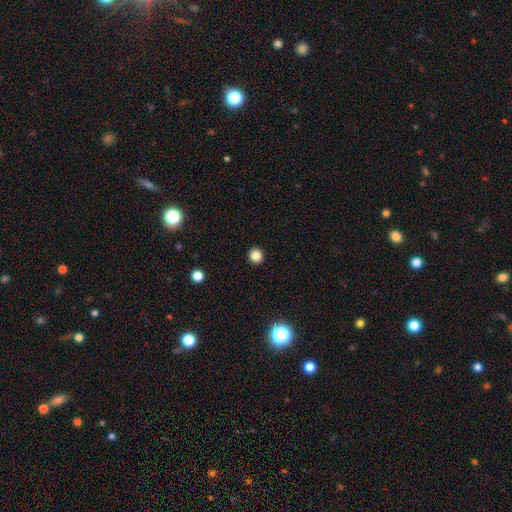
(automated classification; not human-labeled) Smooth or featured? smooth (85%)
How rounded? round (95%)
Merging? none (93%)